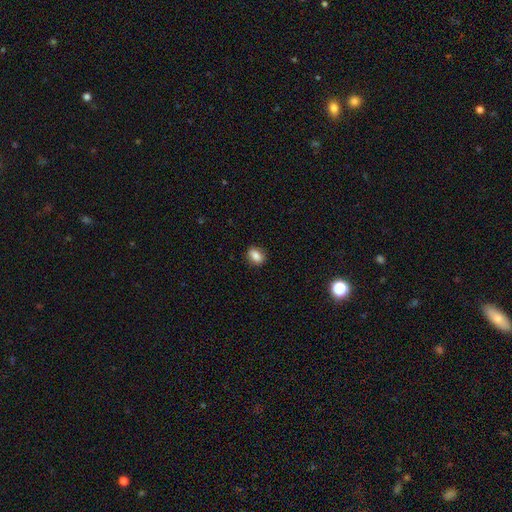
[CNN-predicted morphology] This is clearly a smooth galaxy (86%). How rounded: likely in between (75%). Merging: clearly none (88%).